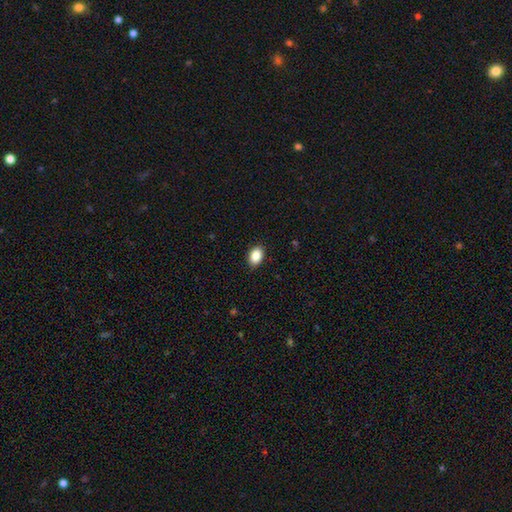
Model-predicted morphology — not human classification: smooth 88%, star or artifact 8%, featured or disk 4%. Down the decision tree: how rounded — in between (85%); merging — none (89%).